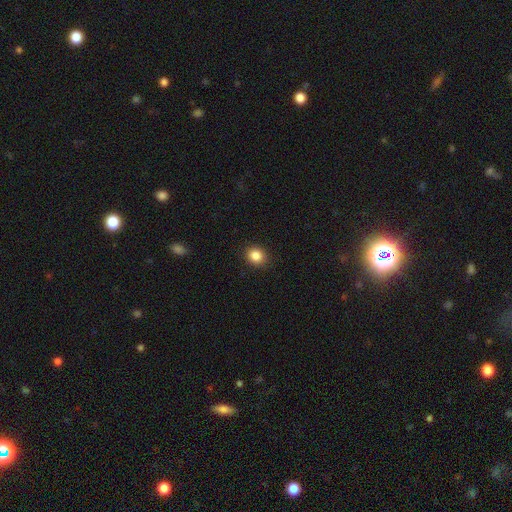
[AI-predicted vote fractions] Smooth or featured? Predicted: smooth (p=0.86). How rounded? Predicted: round (p=0.68). Merging? Predicted: none (p=0.90).